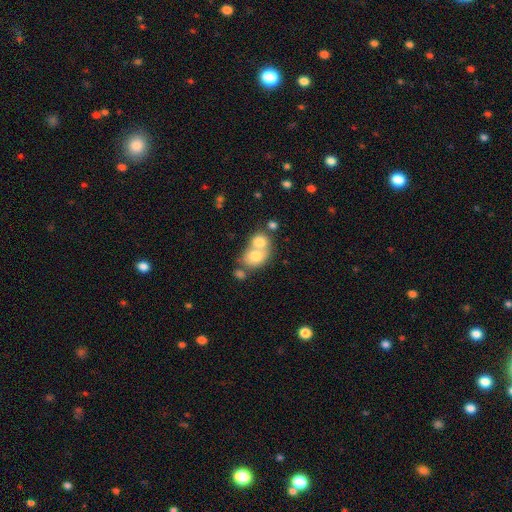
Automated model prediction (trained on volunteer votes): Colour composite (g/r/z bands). It shows a smooth galaxy with no disk features (71%) that is in between round and cigar-shaped (58%). Merging: merger (69%).